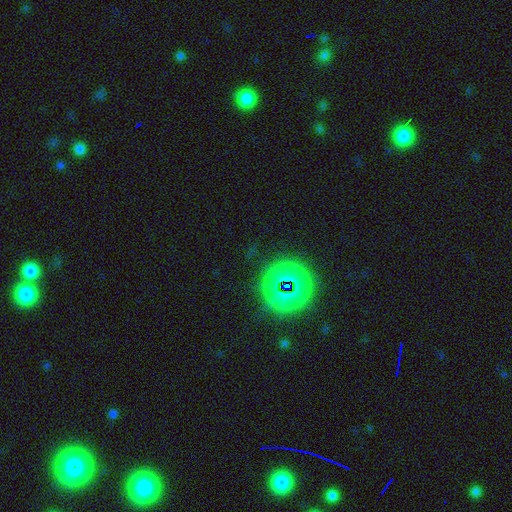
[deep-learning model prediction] Smooth or featured? star or artifact (76%)